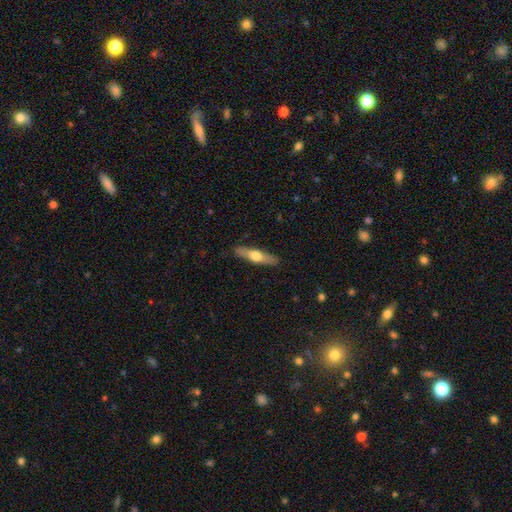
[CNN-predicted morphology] type=smooth (51%); roundness=cigar-shaped (76%); merging=none (88%).